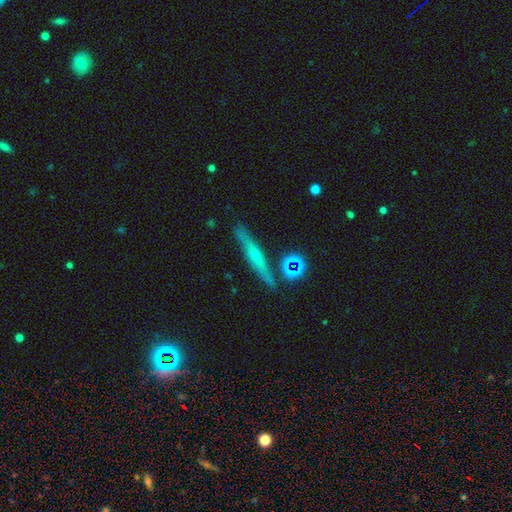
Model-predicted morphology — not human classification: type=featured or disk (55%); edge-on=yes (91%); merging=none (82%).